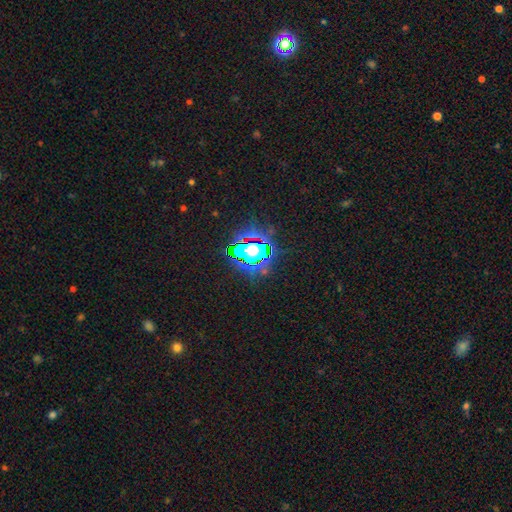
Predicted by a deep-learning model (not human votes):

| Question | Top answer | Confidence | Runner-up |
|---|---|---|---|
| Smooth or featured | star or artifact | 81% | smooth (12%) |